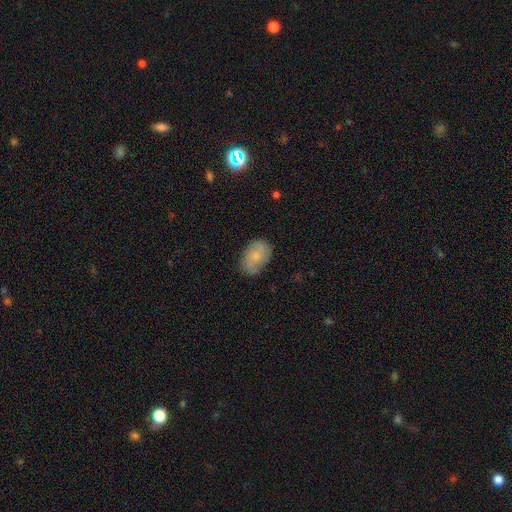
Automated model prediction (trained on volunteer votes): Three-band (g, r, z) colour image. It shows a smooth galaxy with no disk features (62%) that is in between round and cigar-shaped (84%). Merging: none (75%).